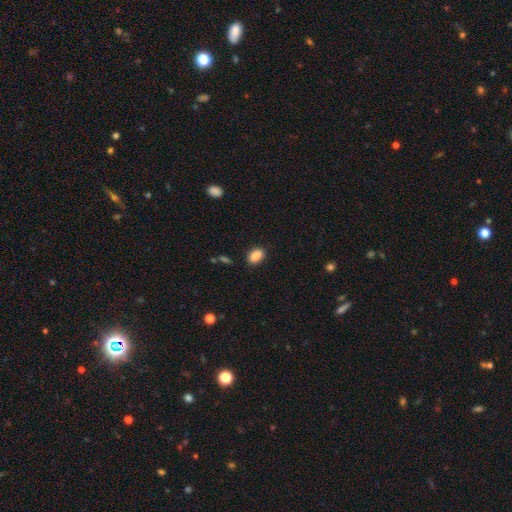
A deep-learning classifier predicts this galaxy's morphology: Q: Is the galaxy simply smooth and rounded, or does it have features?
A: smooth — 88%.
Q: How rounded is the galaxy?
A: in between — 86%.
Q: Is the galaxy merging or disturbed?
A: none — 87%.